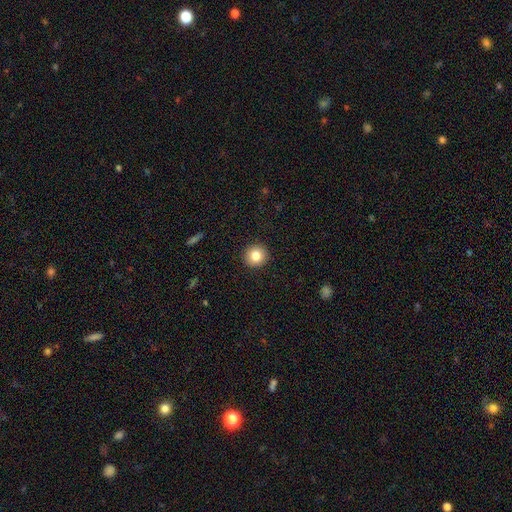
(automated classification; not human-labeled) A smooth galaxy with no disk features (83%) that is round (93%). Merging: none (93%).